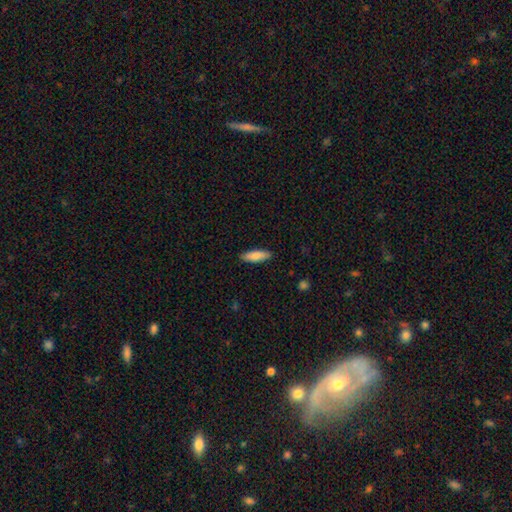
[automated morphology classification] Smooth or featured? smooth (85%)
How rounded? cigar-shaped (51%)
Merging? none (89%)